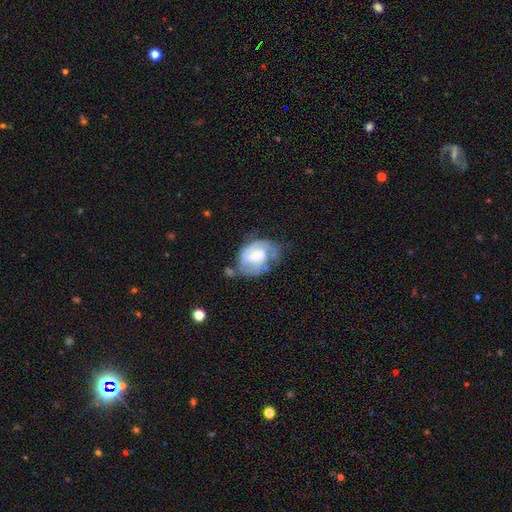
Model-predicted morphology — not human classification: Q: Smooth or featured?
A: featured or disk (72%); runner-up: smooth (22%)
Q: Edge-on disk?
A: no (97%); runner-up: yes (3%)
Q: Bar?
A: no (51%); runner-up: weak (40%)
Q: Spiral arms?
A: yes (85%); runner-up: no (15%)
Q: Spiral winding?
A: tight (47%); runner-up: medium (40%)
Q: Spiral arm count?
A: 2 (50%); runner-up: can't tell (27%)
Q: Bulge size?
A: small (42%); runner-up: moderate (41%)
Q: Merging?
A: none (44%); runner-up: minor disturbance (29%)